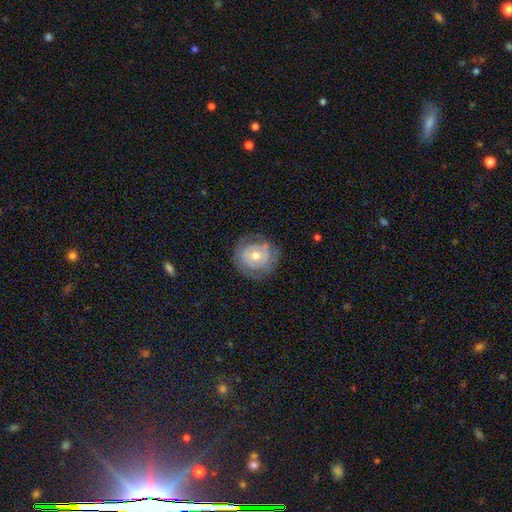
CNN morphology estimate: smooth_or_featured: featured or disk (p=0.65) [alt: smooth p=0.28]
disk_edge_on: no (p=0.97) [alt: yes p=0.03]
bar: no (p=0.70) [alt: weak p=0.24]
has_spiral_arms: yes (p=0.63) [alt: no p=0.37]
bulge_size: moderate (p=0.65) [alt: small p=0.30]
merging: none (p=0.74) [alt: minor disturbance p=0.17]